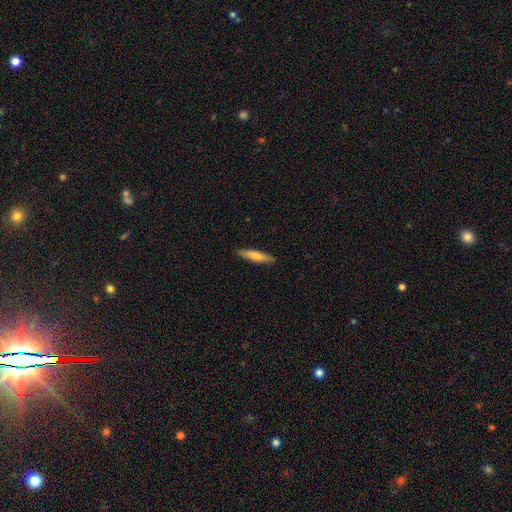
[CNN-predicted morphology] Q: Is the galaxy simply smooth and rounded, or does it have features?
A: smooth — 73%.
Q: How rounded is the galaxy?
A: cigar-shaped — 85%.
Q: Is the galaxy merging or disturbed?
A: none — 89%.